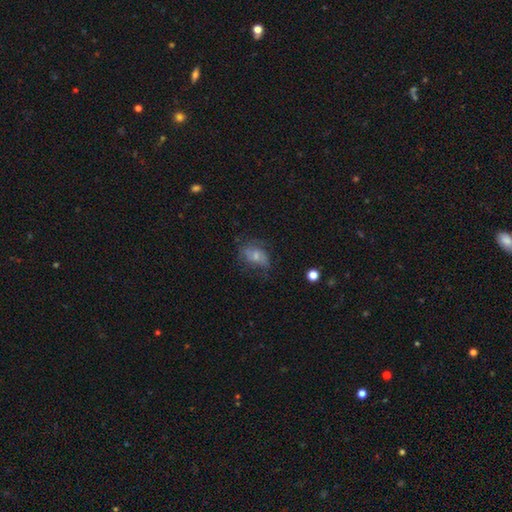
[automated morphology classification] type=smooth (52%); roundness=in between (79%); merging=none (46%).